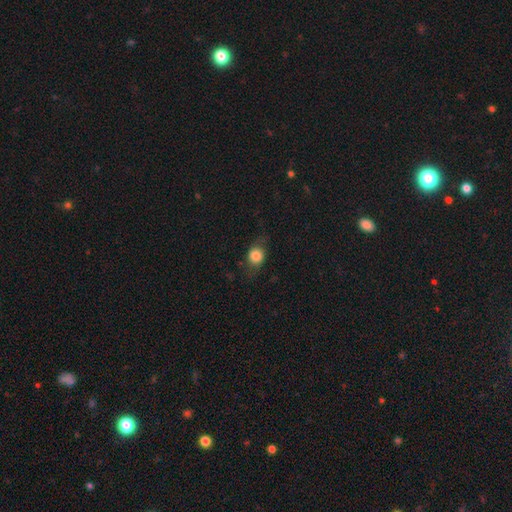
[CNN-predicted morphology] The model was most divided on "how rounded": round: 63%, in between: 34%, cigar-shaped: 2%. More confident: smooth or featured — smooth (75%); merging — none (69%).